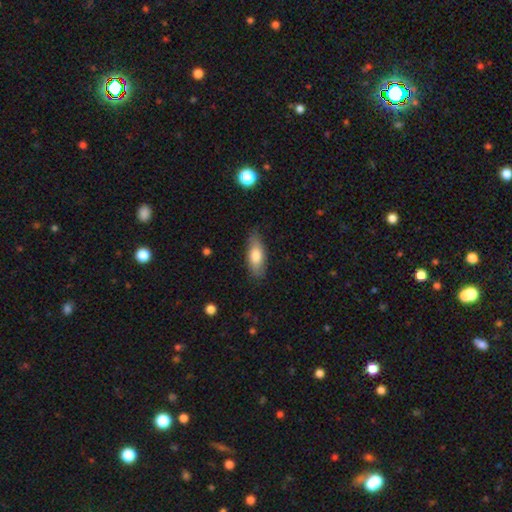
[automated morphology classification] A smooth galaxy with no disk features (77%) that is in between round and cigar-shaped (75%).

Vote fractions:
- Smooth or featured? smooth: 77% / featured or disk: 17% / star or artifact: 6%
- How rounded? in between: 75% / cigar-shaped: 22% / round: 2%
- Merging? none: 81% / minor disturbance: 15% / major disturbance: 3% / merger: 1%